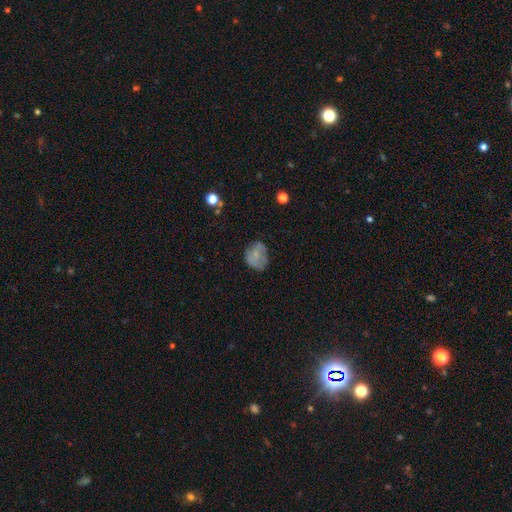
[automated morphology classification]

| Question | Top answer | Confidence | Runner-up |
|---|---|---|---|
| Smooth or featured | smooth | 64% | featured or disk (26%) |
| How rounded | in between | 51% | round (48%) |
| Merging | none | 56% | minor disturbance (29%) |